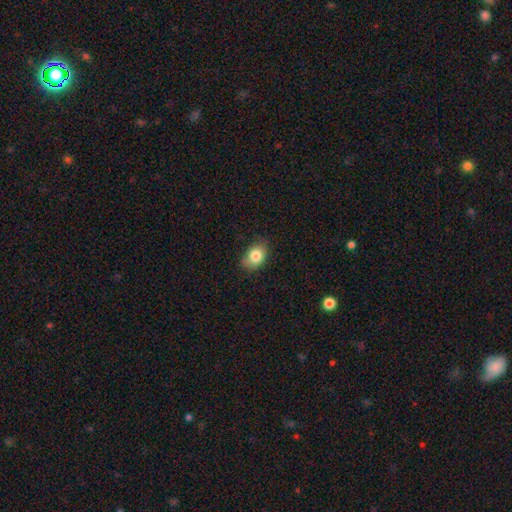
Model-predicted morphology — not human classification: Smooth or featured? smooth (82%)
How rounded? in between (75%)
Merging? none (75%)